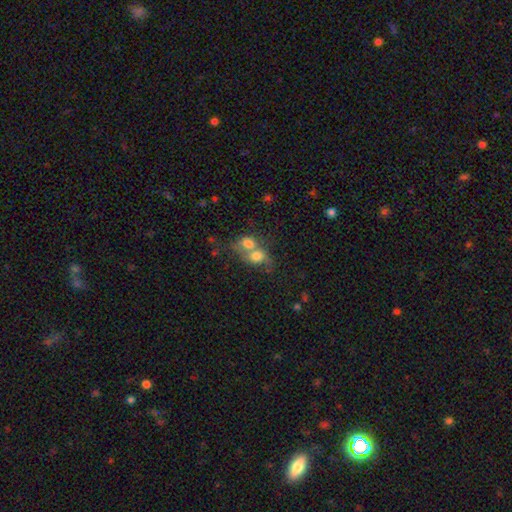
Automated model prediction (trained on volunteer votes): A smooth galaxy with no disk features (70%) that is round (52%).

Vote fractions:
- Smooth or featured? smooth: 70% / featured or disk: 20% / star or artifact: 11%
- How rounded? round: 52% / in between: 47% / cigar-shaped: 2%
- Merging? merger: 72% / none: 17% / minor disturbance: 6% / major disturbance: 5%